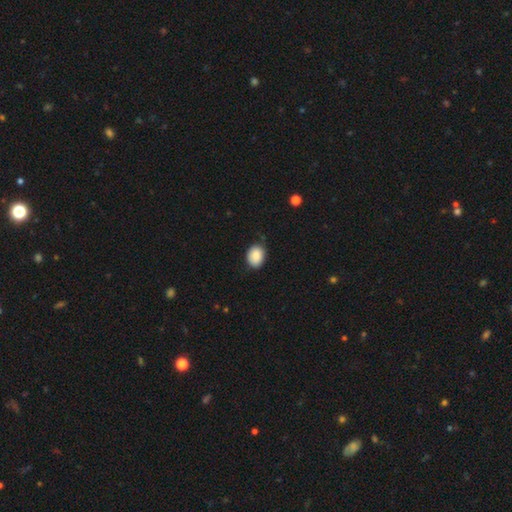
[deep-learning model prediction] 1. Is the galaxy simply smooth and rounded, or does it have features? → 88% smooth, 7% star or artifact, 5% featured or disk.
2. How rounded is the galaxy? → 61% in between, 38% round, 1% cigar-shaped.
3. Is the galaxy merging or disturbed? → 78% none, 18% minor disturbance, 3% major disturbance, 1% merger.